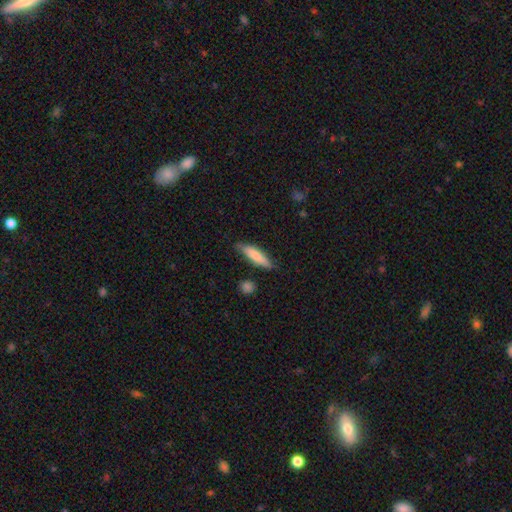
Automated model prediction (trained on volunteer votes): Morphology: type=smooth (74%); roundness=cigar-shaped (72%); merging=none (78%).